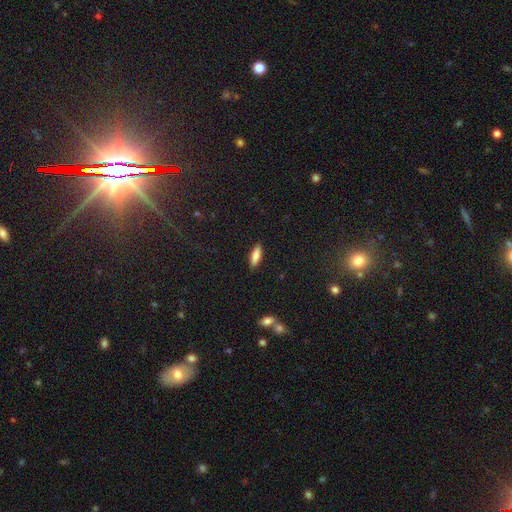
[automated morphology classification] Smooth or featured?
  - smooth: 80% *
  - featured or disk: 13%
  - star or artifact: 7%
How rounded?
  - in between: 54% *
  - cigar-shaped: 44%
  - round: 2%
Merging?
  - none: 88% *
  - minor disturbance: 8%
  - major disturbance: 2%
  - merger: 1%